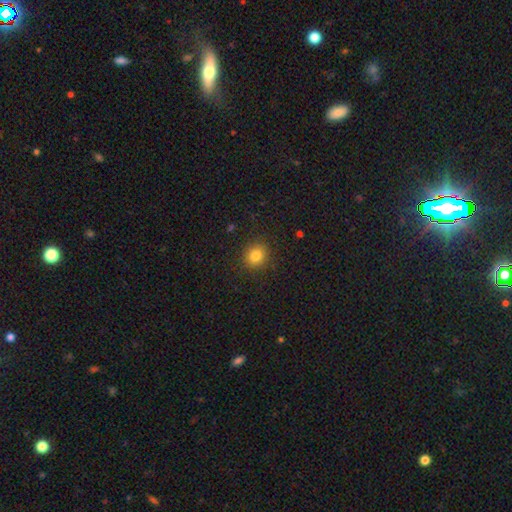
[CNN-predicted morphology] smooth-or-featured: smooth: 83% | star or artifact: 11% | featured or disk: 5%
  how-rounded: round: 81% | in between: 18% | cigar-shaped: 1%
  merging: none: 89% | minor disturbance: 7% | major disturbance: 2% | merger: 1%